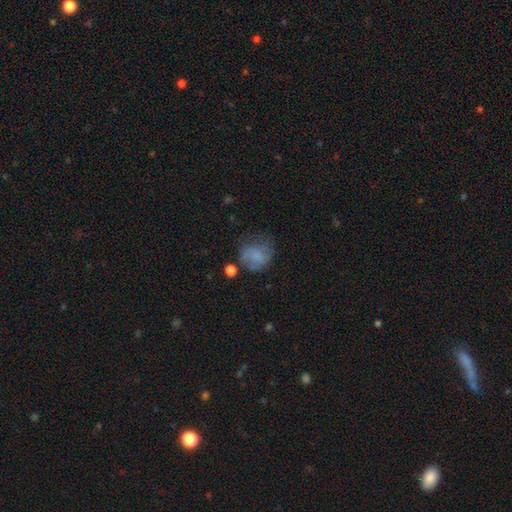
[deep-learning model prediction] smooth-or-featured: smooth: 67% | featured or disk: 21% | star or artifact: 12%
  how-rounded: round: 70% | in between: 29% | cigar-shaped: 1%
  merging: none: 46% | minor disturbance: 27% | major disturbance: 22% | merger: 5%